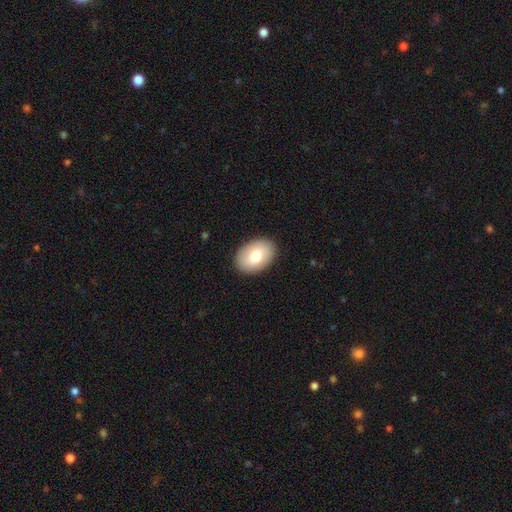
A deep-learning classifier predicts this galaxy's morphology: A smooth galaxy with no disk features (74%) that is in between round and cigar-shaped (84%). Merging: none (89%).